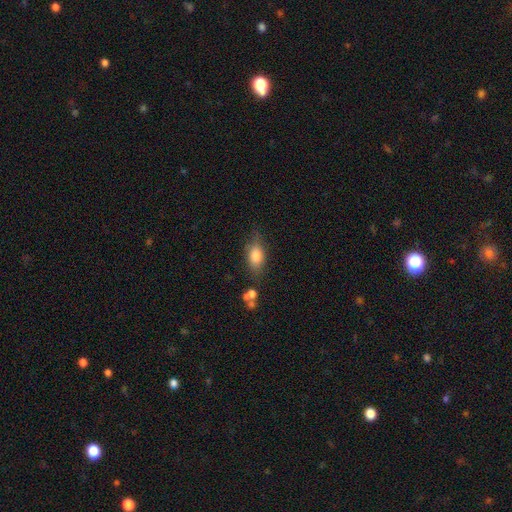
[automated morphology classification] smooth-or-featured: smooth: 78% | featured or disk: 13% | star or artifact: 8%
  how-rounded: in between: 83% | round: 10% | cigar-shaped: 8%
  merging: none: 66% | minor disturbance: 22% | major disturbance: 7% | merger: 5%